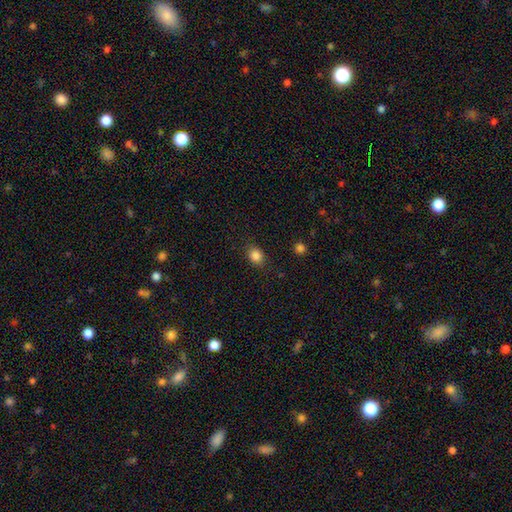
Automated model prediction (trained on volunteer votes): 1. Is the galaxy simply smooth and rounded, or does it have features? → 85% smooth, 11% star or artifact, 5% featured or disk.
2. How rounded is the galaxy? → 52% round, 47% in between, 1% cigar-shaped.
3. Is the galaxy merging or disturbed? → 85% none, 11% minor disturbance, 3% major disturbance, 1% merger.